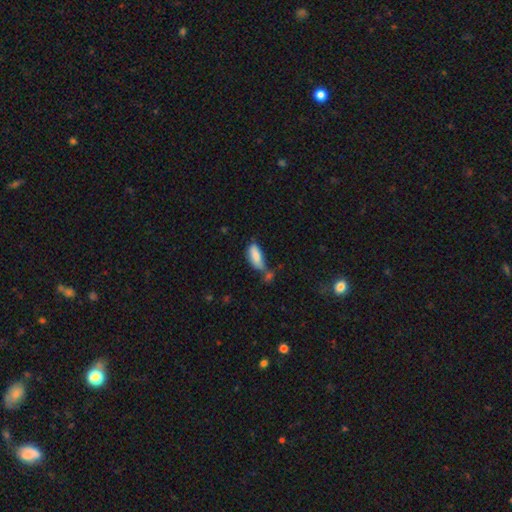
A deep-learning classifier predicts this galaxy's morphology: The model was most divided on "merging": none: 34%, merger: 29%, minor disturbance: 26%, major disturbance: 11%. More confident: smooth or featured — smooth (81%); how rounded — in between (80%).